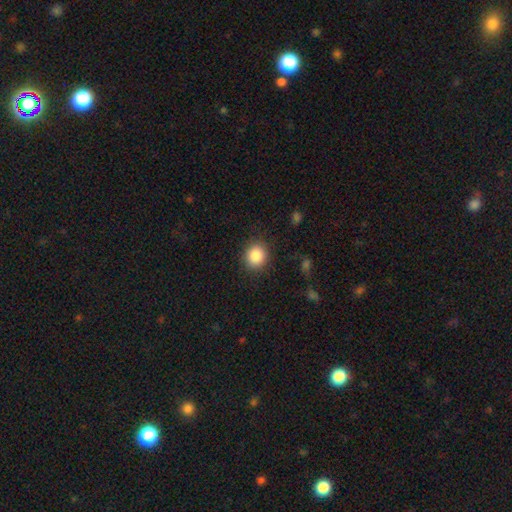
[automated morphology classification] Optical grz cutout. It shows a smooth galaxy with no disk features (87%) that is round (81%). Merging: none (88%).